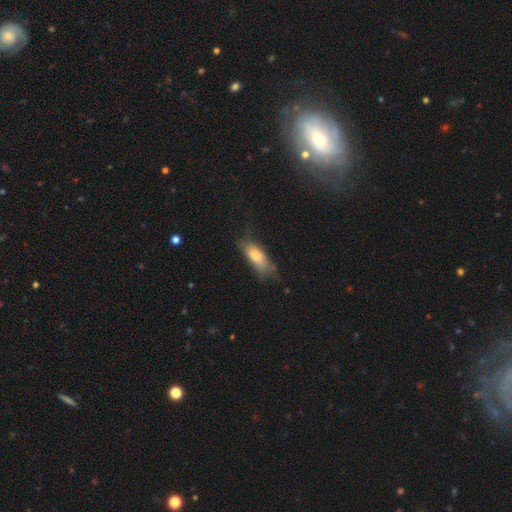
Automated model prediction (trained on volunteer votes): This appears to be a smooth galaxy with no disk features (75%) that is in between round and cigar-shaped (71%). Merging: none (57%).